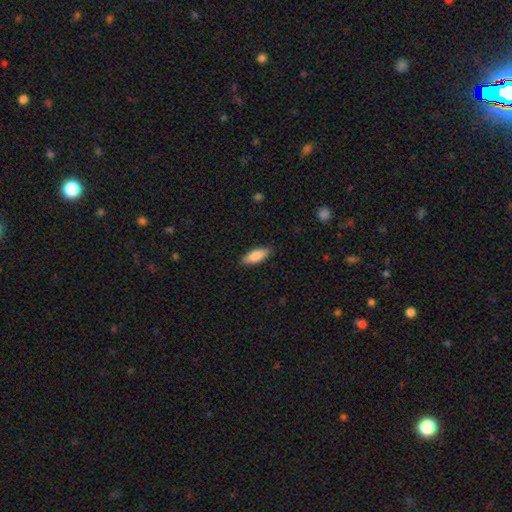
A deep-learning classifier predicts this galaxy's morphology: smooth-or-featured: smooth: 84% | featured or disk: 11% | star or artifact: 6%
  how-rounded: in between: 67% | cigar-shaped: 31% | round: 2%
  merging: none: 88% | minor disturbance: 9% | major disturbance: 2% | merger: 1%